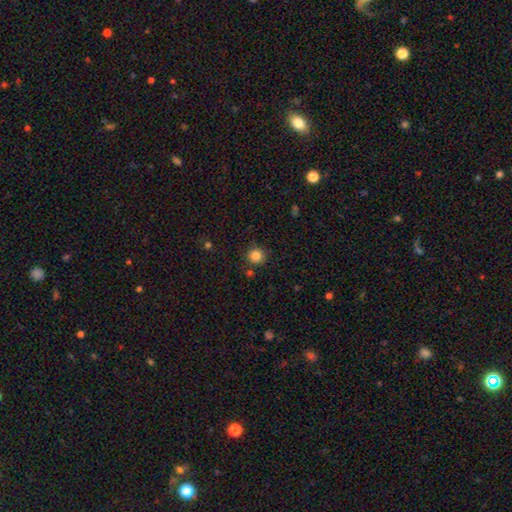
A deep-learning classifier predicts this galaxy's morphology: Q: Smooth or featured?
A: smooth (84%); runner-up: star or artifact (11%)
Q: How rounded?
A: round (94%); runner-up: in between (5%)
Q: Merging?
A: none (87%); runner-up: minor disturbance (7%)